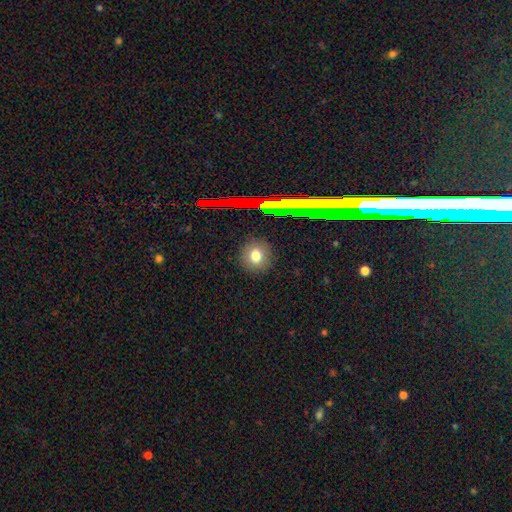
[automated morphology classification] This is likely a smooth galaxy (77%). How rounded: likely round (78%). Merging: clearly none (89%).